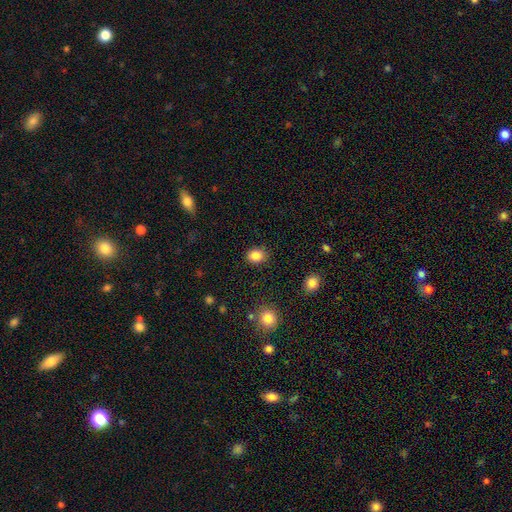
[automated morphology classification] Smooth or featured? smooth (86%)
How rounded? in between (52%)
Merging? none (87%)